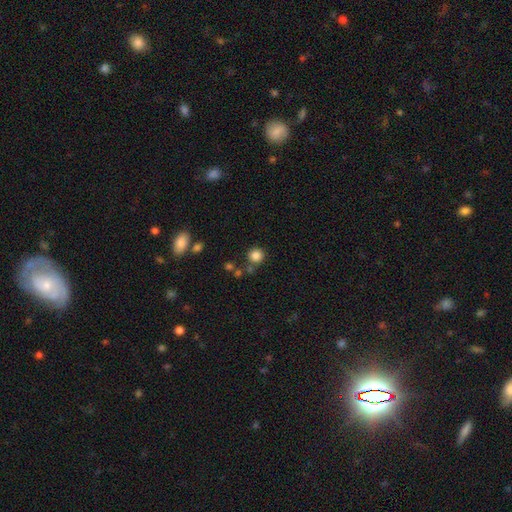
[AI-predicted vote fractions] Q: Smooth or featured?
A: smooth (83%); runner-up: star or artifact (12%)
Q: How rounded?
A: round (92%); runner-up: in between (7%)
Q: Merging?
A: none (76%); runner-up: minor disturbance (11%)